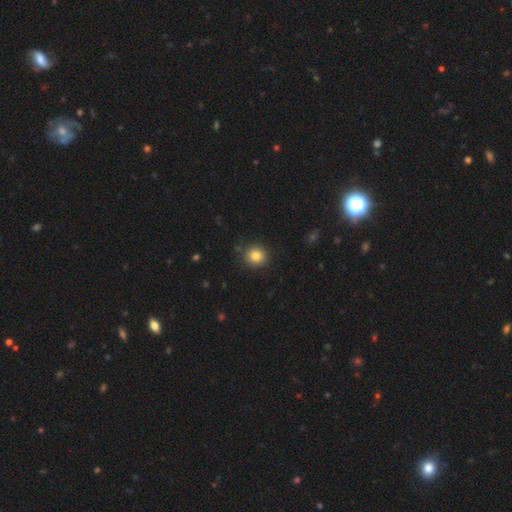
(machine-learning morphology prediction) Smooth or featured?
  - smooth: 84% *
  - star or artifact: 11%
  - featured or disk: 6%
How rounded?
  - round: 89% *
  - in between: 10%
  - cigar-shaped: 1%
Merging?
  - none: 89% *
  - minor disturbance: 7%
  - major disturbance: 2%
  - merger: 1%